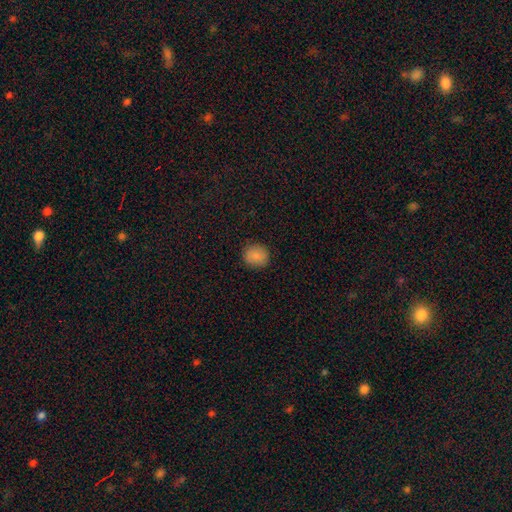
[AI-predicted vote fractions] Smooth or featured?
  - smooth: 87% *
  - star or artifact: 9%
  - featured or disk: 4%
How rounded?
  - round: 83% *
  - in between: 16%
  - cigar-shaped: 1%
Merging?
  - none: 89% *
  - minor disturbance: 8%
  - major disturbance: 2%
  - merger: 1%